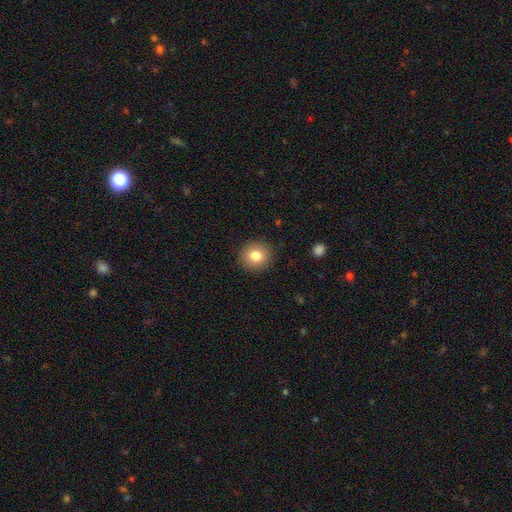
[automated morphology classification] smooth 81%, star or artifact 10%, featured or disk 9%. Down the decision tree: how rounded — round (90%); merging — none (90%).